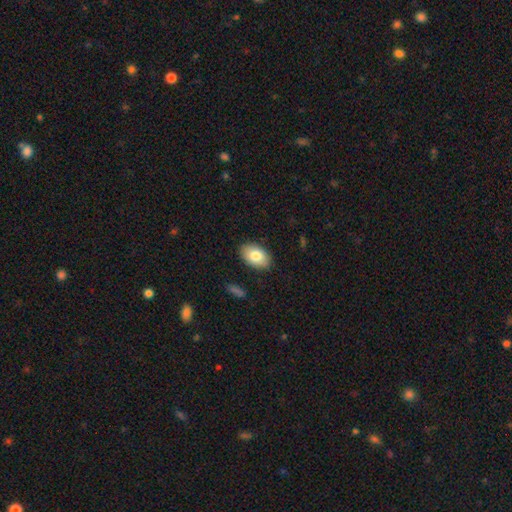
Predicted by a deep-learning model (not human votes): Smooth or featured? Predicted: smooth (p=0.81). How rounded? Predicted: in between (p=0.91). Merging? Predicted: none (p=0.87).